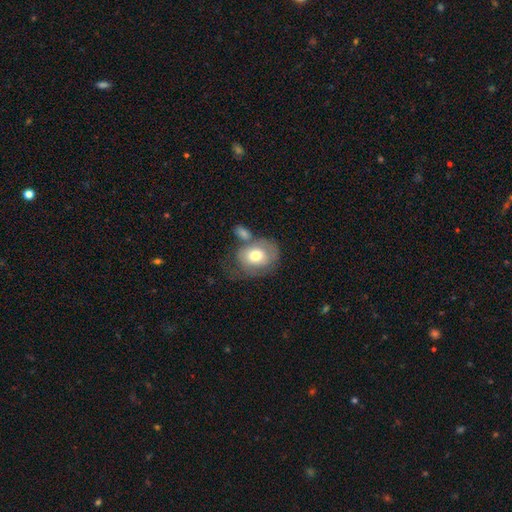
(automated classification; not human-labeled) smooth-or-featured: smooth: 66% | featured or disk: 27% | star or artifact: 7%
  how-rounded: in between: 57% | round: 42% | cigar-shaped: 1%
  merging: none: 39% | merger: 25% | minor disturbance: 21% | major disturbance: 15%